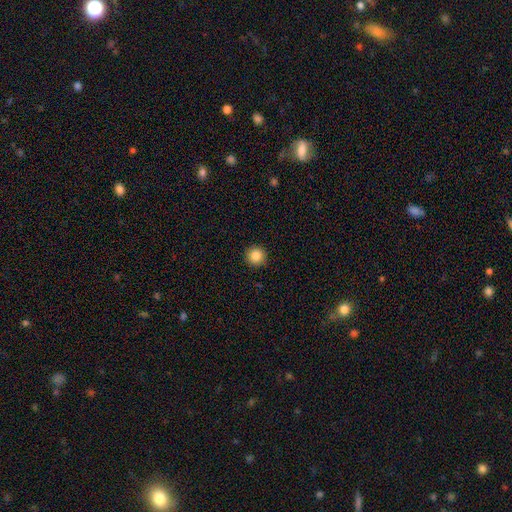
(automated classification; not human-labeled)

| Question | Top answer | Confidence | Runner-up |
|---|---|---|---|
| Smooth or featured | smooth | 85% | star or artifact (10%) |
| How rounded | round | 95% | in between (4%) |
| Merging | none | 92% | minor disturbance (6%) |